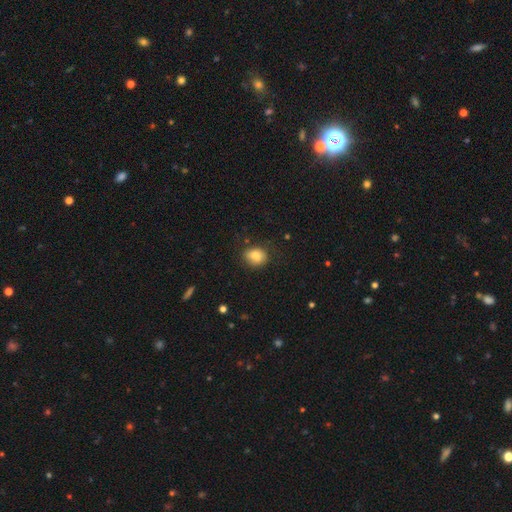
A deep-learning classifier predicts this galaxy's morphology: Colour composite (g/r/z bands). It shows a smooth galaxy with no disk features (84%) that is in between round and cigar-shaped (54%). Merging: none (73%).